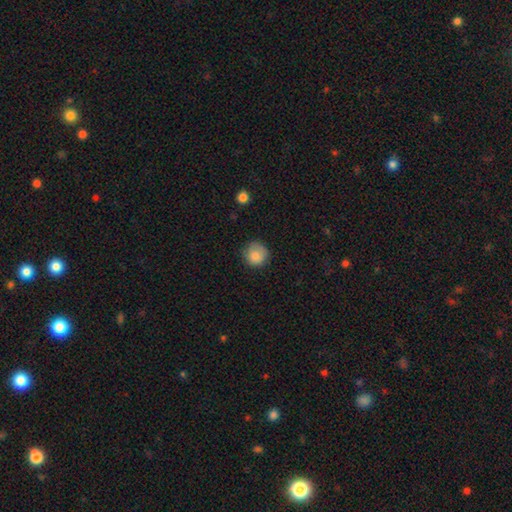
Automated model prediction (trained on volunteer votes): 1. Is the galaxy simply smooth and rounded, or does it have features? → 84% smooth, 8% star or artifact, 7% featured or disk.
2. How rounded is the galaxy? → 91% round, 8% in between, 1% cigar-shaped.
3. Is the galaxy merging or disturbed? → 75% none, 19% minor disturbance, 5% major disturbance, 1% merger.